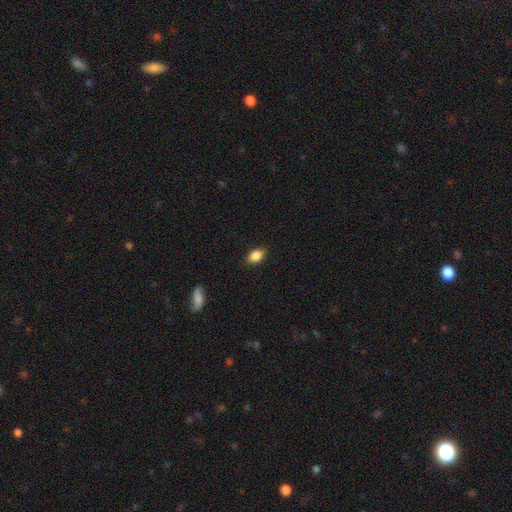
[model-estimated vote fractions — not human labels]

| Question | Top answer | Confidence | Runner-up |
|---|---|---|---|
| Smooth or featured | smooth | 86% | star or artifact (8%) |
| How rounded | in between | 87% | round (11%) |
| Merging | none | 85% | minor disturbance (12%) |